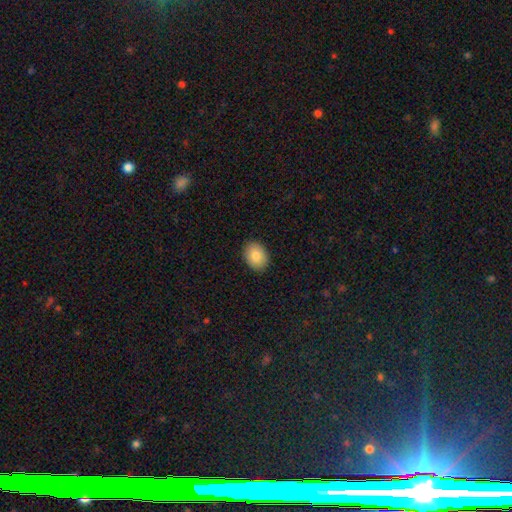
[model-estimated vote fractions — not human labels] Morphology: type=smooth (84%); roundness=in between (72%); merging=none (90%).